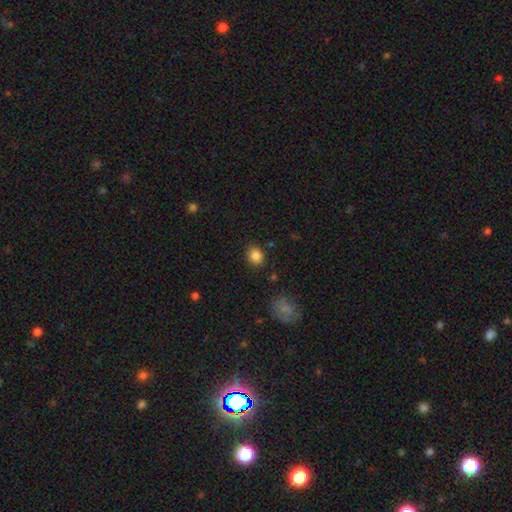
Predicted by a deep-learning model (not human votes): Overall: smooth (85%). How rounded: round (67%; in between 32%). Merging: none (84%).